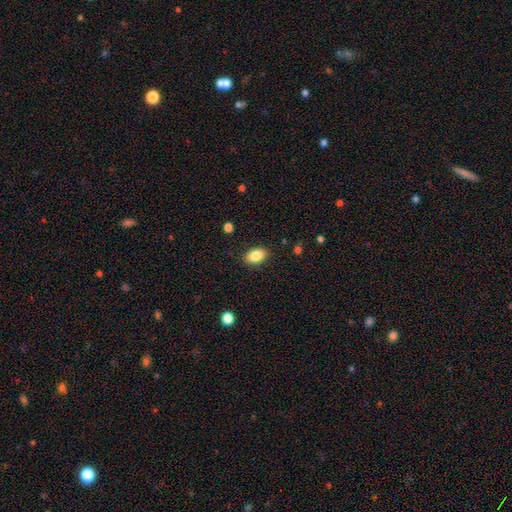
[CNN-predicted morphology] Overall: smooth (86%). How rounded: in between (88%). Merging: none (87%).